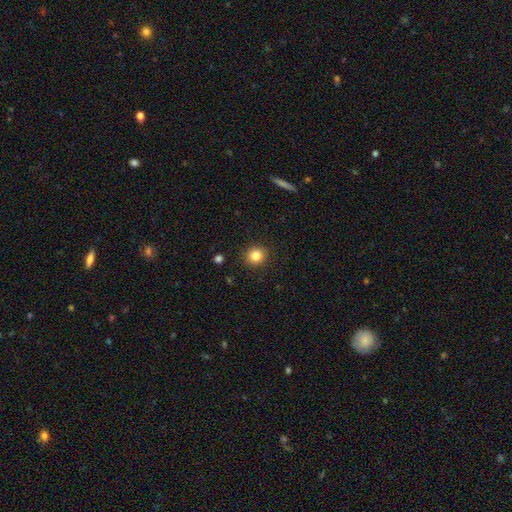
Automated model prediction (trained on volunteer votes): Smooth or featured? Predicted: smooth (p=0.83). How rounded? Predicted: round (p=0.85). Merging? Predicted: none (p=0.91).